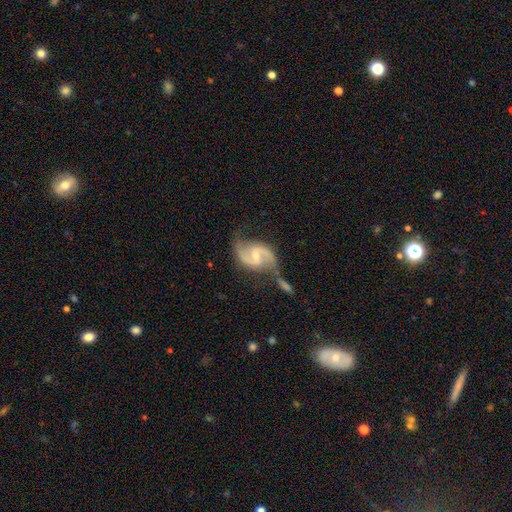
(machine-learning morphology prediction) A featured or disk galaxy (89%) with a weak bar (56%), 2 (93%) medium (46%) spiral arms (97%) and a small central bulge (47%). Merging: none (52%).